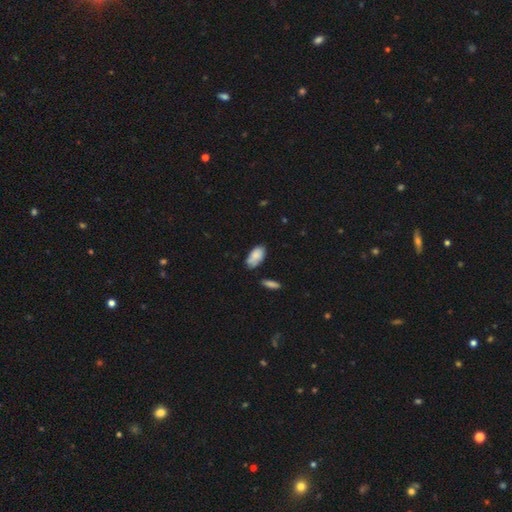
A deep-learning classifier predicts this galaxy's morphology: Smooth or featured? Predicted: smooth (p=0.83). How rounded? Predicted: in between (p=0.94). Merging? Predicted: none (p=0.64).